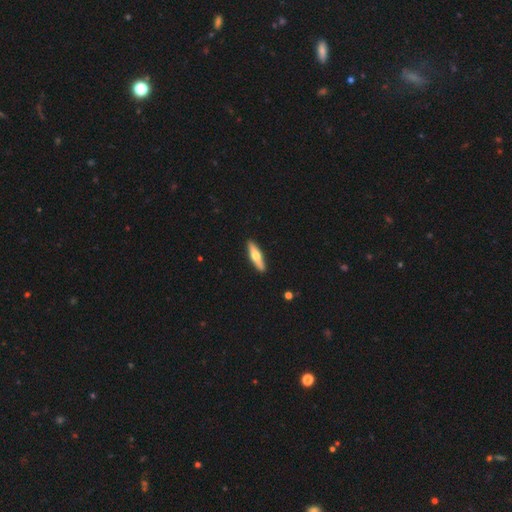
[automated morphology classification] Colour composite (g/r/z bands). It shows a smooth galaxy with no disk features (49%). Merging: none (91%).